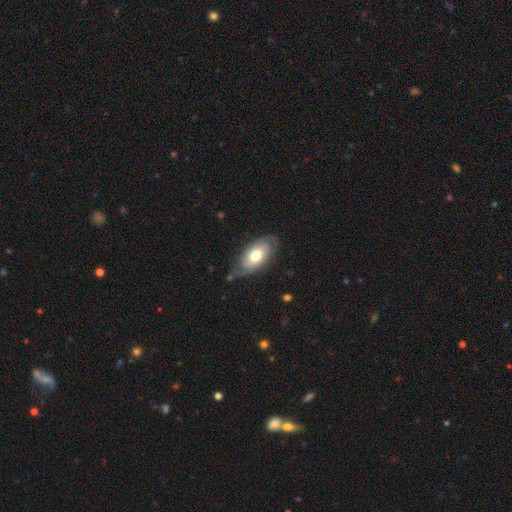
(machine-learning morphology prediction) The model was most divided on "smooth or featured" (2-way tie): featured or disk: 47%, smooth: 47%, star or artifact: 6%. More confident: merging — none (63%).